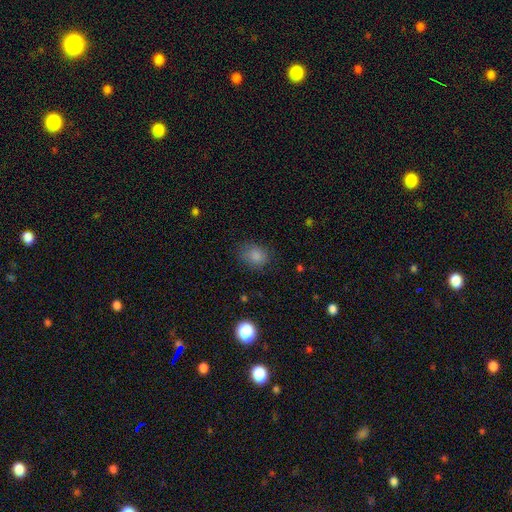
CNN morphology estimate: smooth-or-featured: smooth: 84% | star or artifact: 11% | featured or disk: 6%
  how-rounded: round: 53% | in between: 46% | cigar-shaped: 1%
  merging: none: 75% | minor disturbance: 18% | major disturbance: 6% | merger: 1%